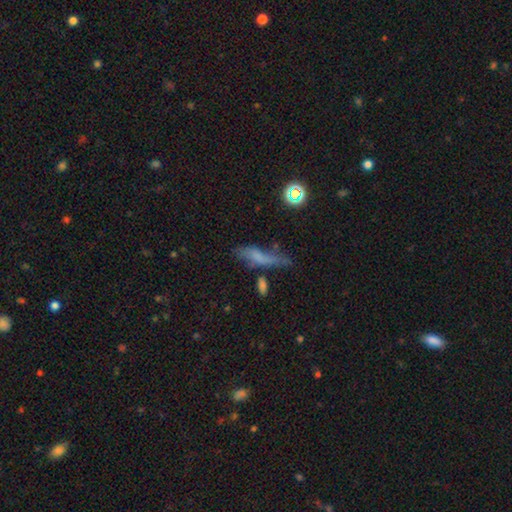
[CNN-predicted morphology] smooth 55%, featured or disk 29%, star or artifact 16%. Down the decision tree: how rounded — cigar-shaped (68%); merging — none (43%).